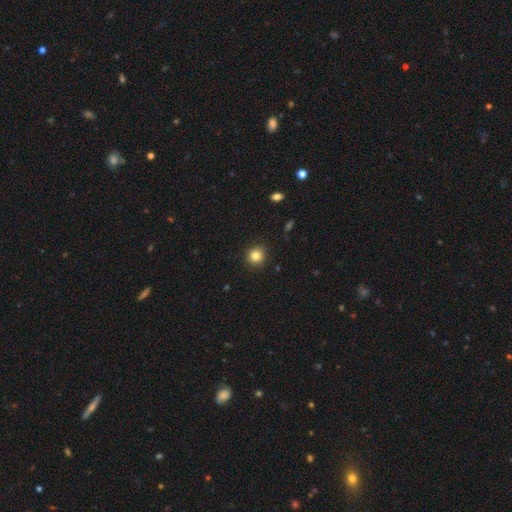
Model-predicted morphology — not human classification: type=smooth (83%); roundness=round (93%); merging=none (91%).